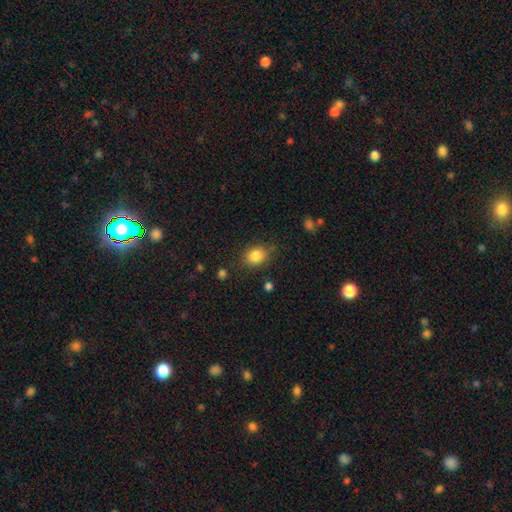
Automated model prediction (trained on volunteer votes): This is clearly a smooth galaxy (85%). How rounded: possibly round (51%). Merging: likely none (79%).